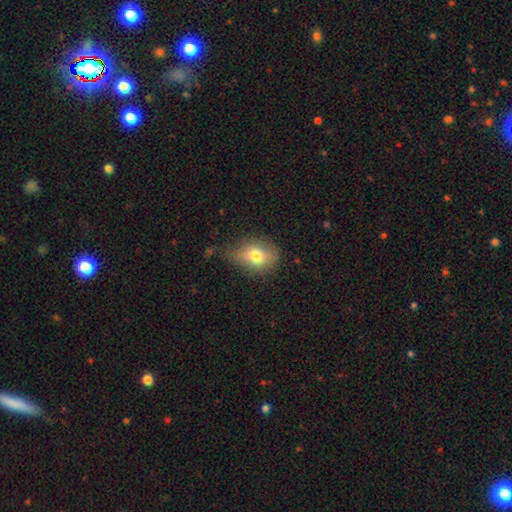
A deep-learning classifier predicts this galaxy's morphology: Smooth or featured? Predicted: smooth (p=0.70). How rounded? Predicted: in between (p=0.63). Merging? Predicted: none (p=0.59).